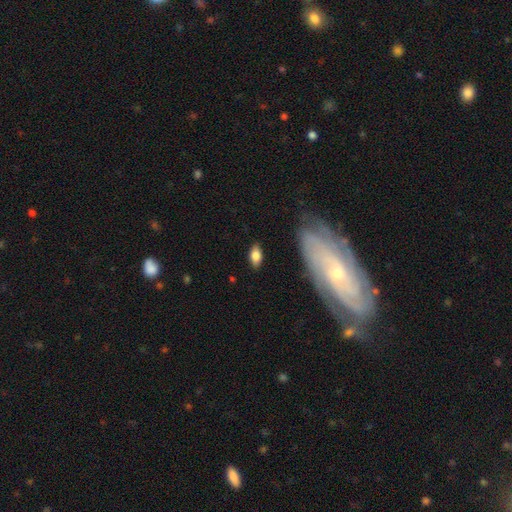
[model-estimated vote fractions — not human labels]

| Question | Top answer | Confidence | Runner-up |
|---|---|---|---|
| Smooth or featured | smooth | 78% | featured or disk (15%) |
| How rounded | in between | 90% | cigar-shaped (6%) |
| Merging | none | 84% | minor disturbance (11%) |